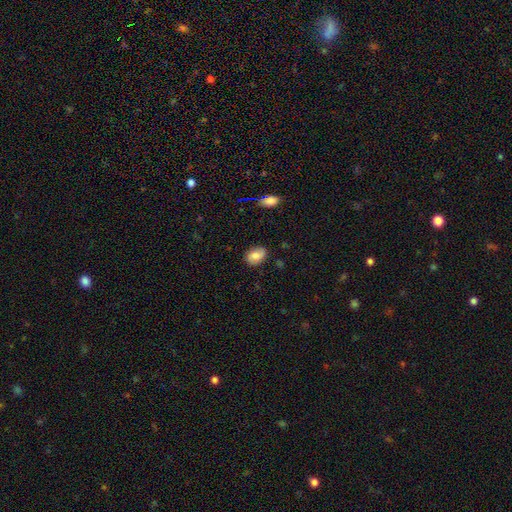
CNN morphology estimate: A smooth galaxy with no disk features (72%) that is in between round and cigar-shaped (80%). Merging: none (78%).